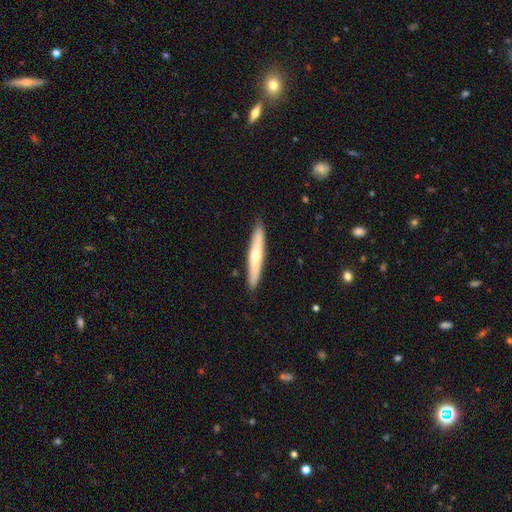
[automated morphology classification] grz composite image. It shows a smooth galaxy with no disk features (48%). Merging: none (90%).